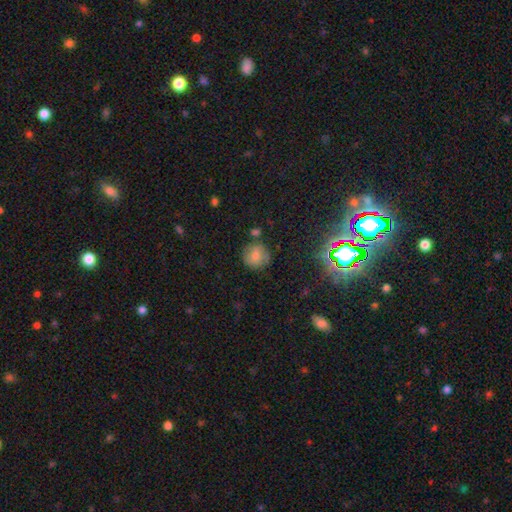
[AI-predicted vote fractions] Morphology: type=smooth (74%); roundness=round (87%); merging=none (75%).